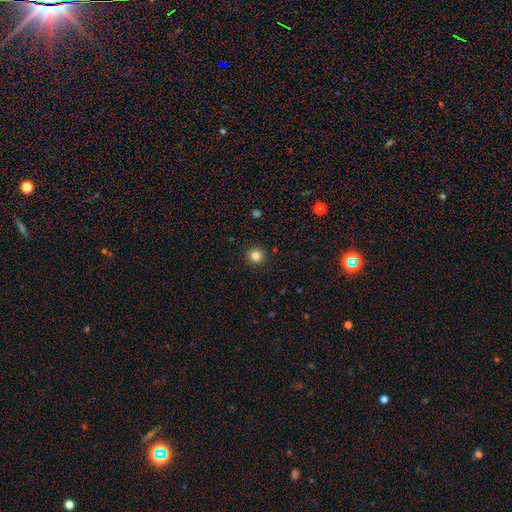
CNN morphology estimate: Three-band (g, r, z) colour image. It shows a smooth galaxy with no disk features (83%) that is round (96%). Merging: none (93%).